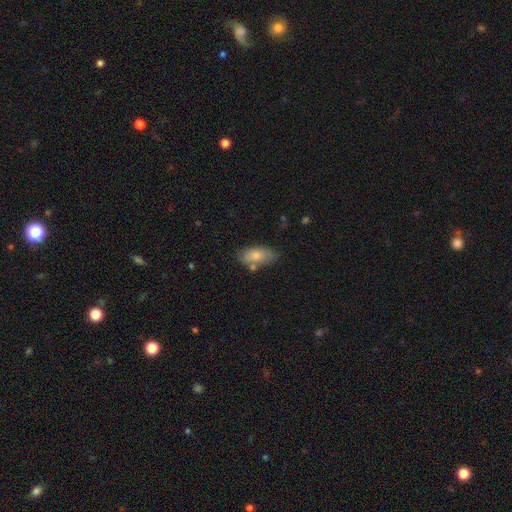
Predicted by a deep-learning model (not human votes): Smooth or featured? Predicted: smooth (p=0.75). How rounded? Predicted: in between (p=0.90). Merging? Predicted: none (p=0.71).